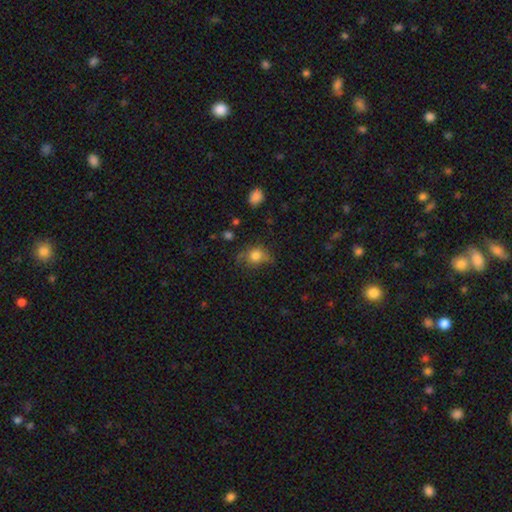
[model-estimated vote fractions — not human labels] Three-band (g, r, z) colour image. It shows a smooth galaxy with no disk features (77%) that is round (64%). Merging: none (54%).